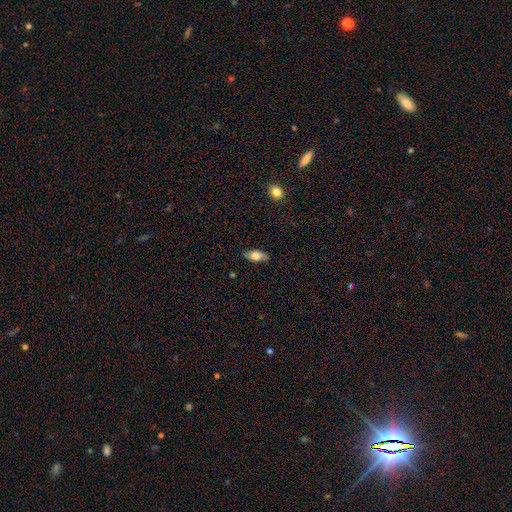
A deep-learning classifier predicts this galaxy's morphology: A smooth galaxy with no disk features (68%) that is in between round and cigar-shaped (81%). Merging: none (83%).